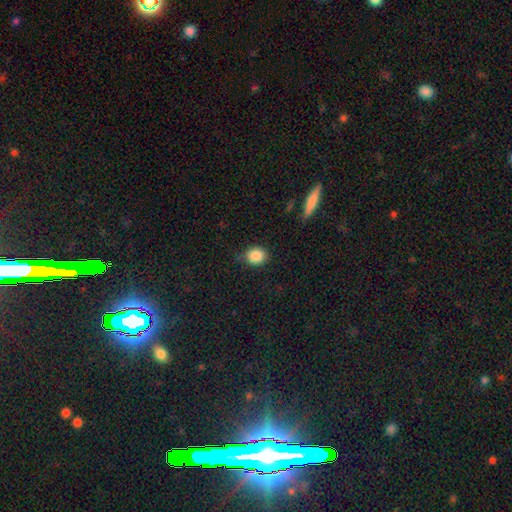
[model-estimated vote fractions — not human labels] Smooth or featured? smooth (87%)
How rounded? round (76%)
Merging? none (81%)